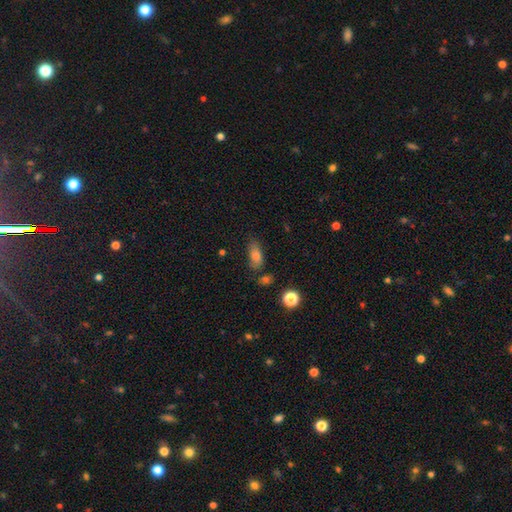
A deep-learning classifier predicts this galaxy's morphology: Q: Smooth or featured?
A: smooth (74%); runner-up: star or artifact (15%)
Q: How rounded?
A: in between (76%); runner-up: cigar-shaped (17%)
Q: Merging?
A: none (66%); runner-up: minor disturbance (21%)